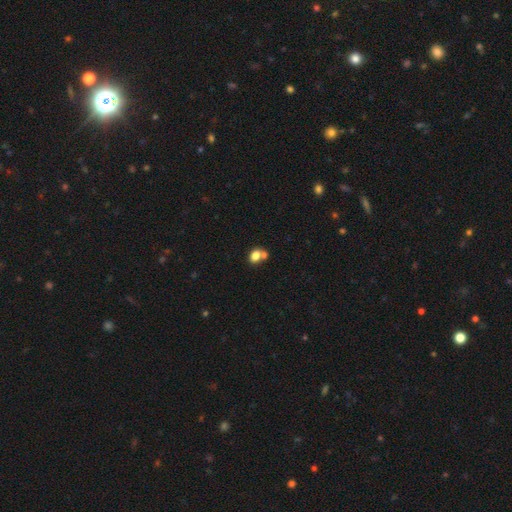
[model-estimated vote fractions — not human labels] Smooth or featured? Predicted: smooth (p=0.78). How rounded? Predicted: in between (p=0.58). Merging? Predicted: merger (p=0.46).